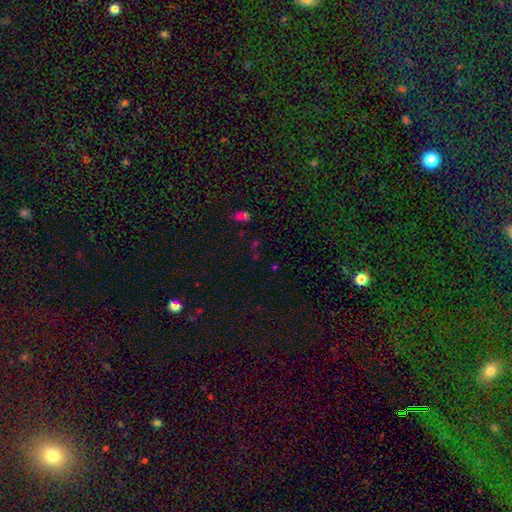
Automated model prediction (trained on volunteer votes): Q: Smooth or featured?
A: star or artifact (55%); runner-up: smooth (35%)